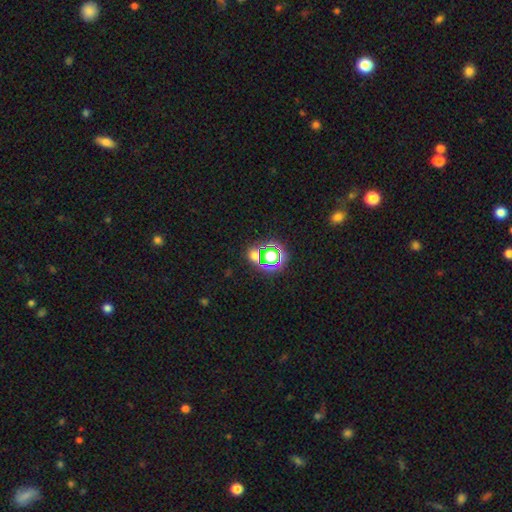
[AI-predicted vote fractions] Morphology: type=star or artifact (53%).